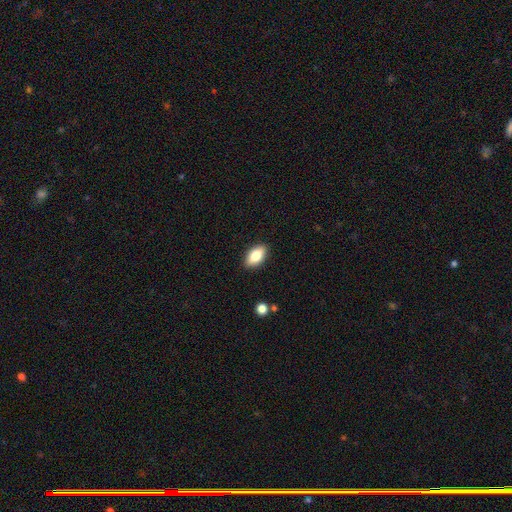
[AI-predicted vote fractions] Q: Smooth or featured?
A: smooth (79%); runner-up: featured or disk (13%)
Q: How rounded?
A: in between (90%); runner-up: cigar-shaped (6%)
Q: Merging?
A: none (88%); runner-up: minor disturbance (9%)